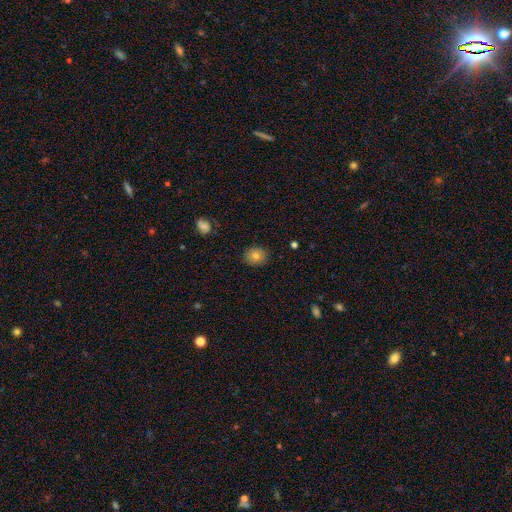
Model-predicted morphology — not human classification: A smooth galaxy with no disk features (76%) that is round (68%).

Vote fractions:
- Smooth or featured? smooth: 76% / featured or disk: 13% / star or artifact: 11%
- How rounded? round: 68% / in between: 31% / cigar-shaped: 1%
- Merging? none: 87% / minor disturbance: 10% / major disturbance: 2% / merger: 1%